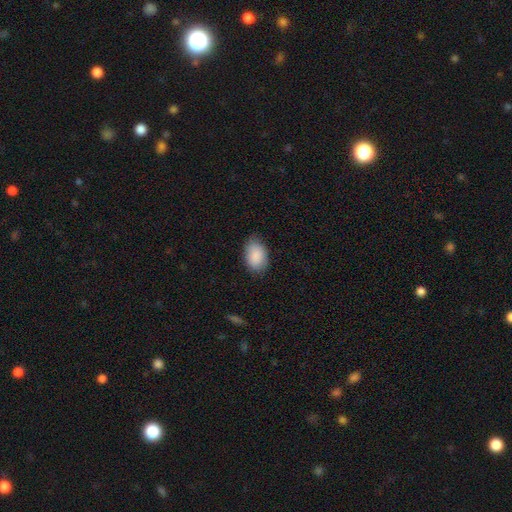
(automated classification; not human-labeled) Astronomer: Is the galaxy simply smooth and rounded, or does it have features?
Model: smooth — 89%.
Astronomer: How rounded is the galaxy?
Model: in between — 88%.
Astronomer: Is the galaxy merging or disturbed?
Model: none — 77%.